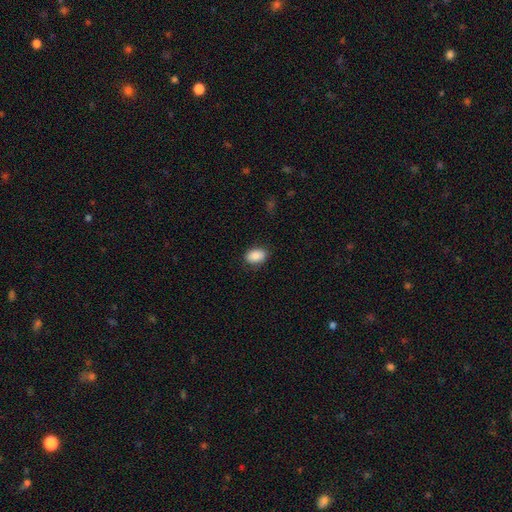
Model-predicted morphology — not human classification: This appears to be a smooth galaxy with no disk features (87%) that is in between round and cigar-shaped (83%). Merging: none (83%).